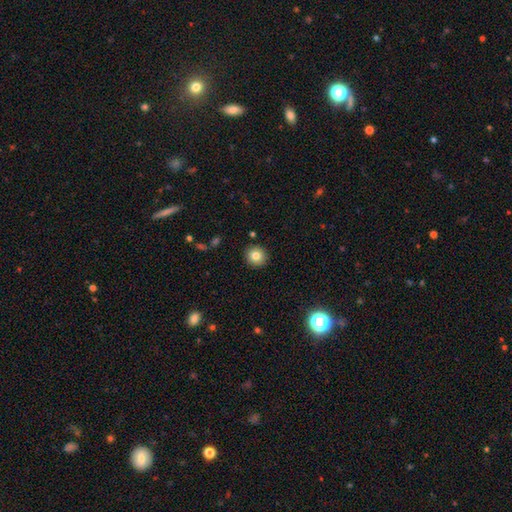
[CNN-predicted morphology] Smooth or featured: smooth — 82% (star or artifact — 10%)
How rounded: round — 93% (in between — 6%)
Merging: none — 91% (minor disturbance — 6%)